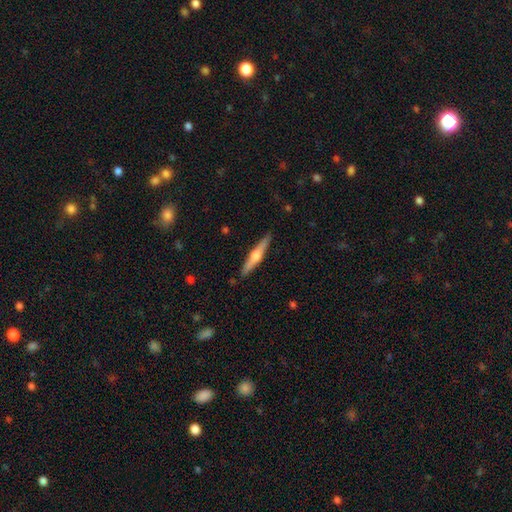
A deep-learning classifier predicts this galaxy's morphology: This is likely a featured or disk galaxy (63%). It is clearly viewed edge-on (97%). Edge-on bulge: clearly rounded (93%). Merging: clearly none (90%).